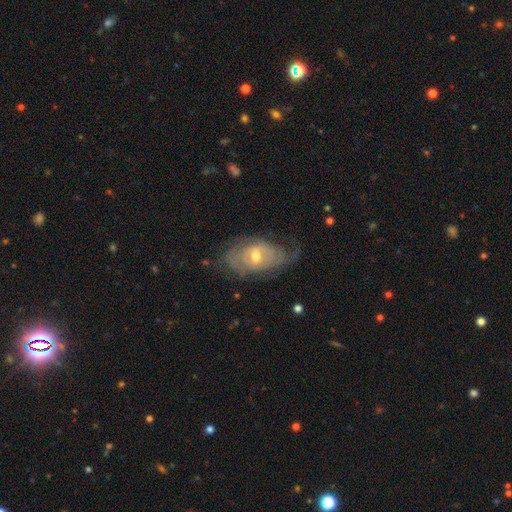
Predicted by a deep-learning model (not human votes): Q: Smooth or featured?
A: featured or disk (69%); runner-up: smooth (23%)
Q: Edge-on disk?
A: no (92%); runner-up: yes (8%)
Q: Bar?
A: no (51%); runner-up: weak (41%)
Q: Spiral arms?
A: yes (77%); runner-up: no (23%)
Q: Bulge size?
A: moderate (56%); runner-up: small (39%)
Q: Merging?
A: none (53%); runner-up: minor disturbance (29%)